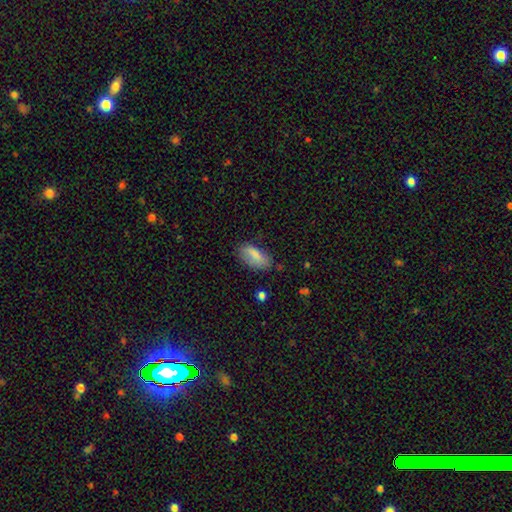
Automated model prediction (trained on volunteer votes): Smooth or featured? smooth (82%)
How rounded? in between (87%)
Merging? none (70%)